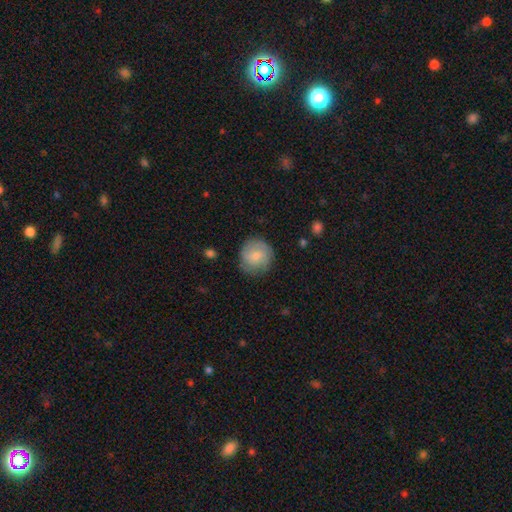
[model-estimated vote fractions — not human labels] Morphology: type=smooth (73%); roundness=round (92%); merging=none (79%).